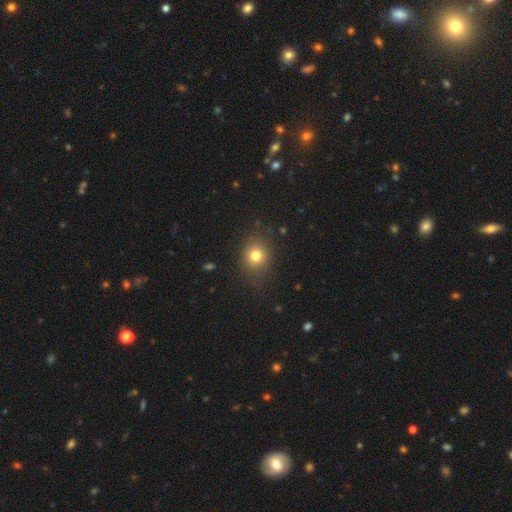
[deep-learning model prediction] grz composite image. It shows a smooth galaxy with no disk features (78%) that is round (70%). Merging: none (81%).